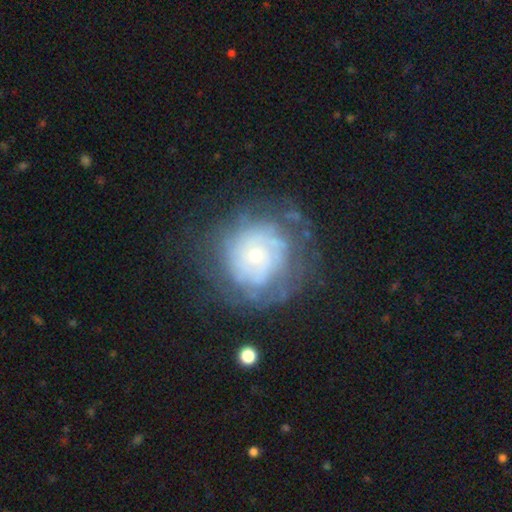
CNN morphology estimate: featured or disk 69%, smooth 23%, star or artifact 8%. Down the decision tree: edge-on disk — no (97%); bar — no (84%); spiral arms — yes (73%); bulge size — small (57%); merging — none (67%).